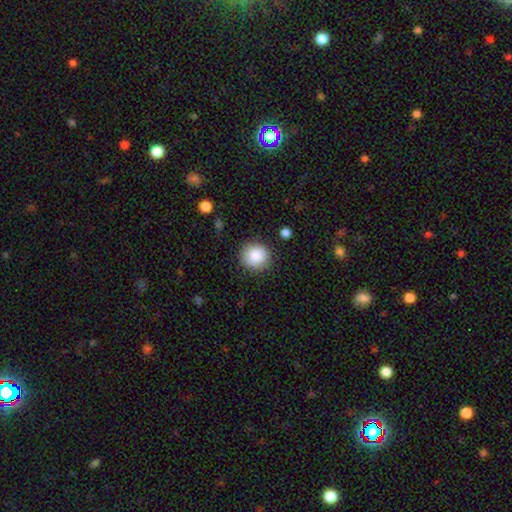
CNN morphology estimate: Smooth or featured? Predicted: smooth (p=0.87). How rounded? Predicted: round (p=0.92). Merging? Predicted: none (p=0.88).